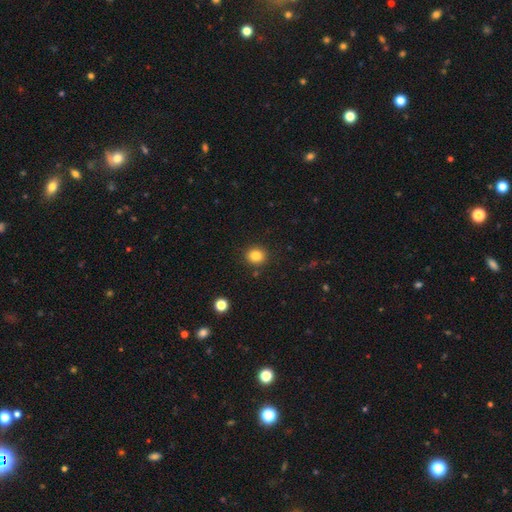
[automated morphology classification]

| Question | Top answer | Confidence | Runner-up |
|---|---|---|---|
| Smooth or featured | smooth | 83% | star or artifact (11%) |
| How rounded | round | 83% | in between (16%) |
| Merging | none | 89% | minor disturbance (7%) |